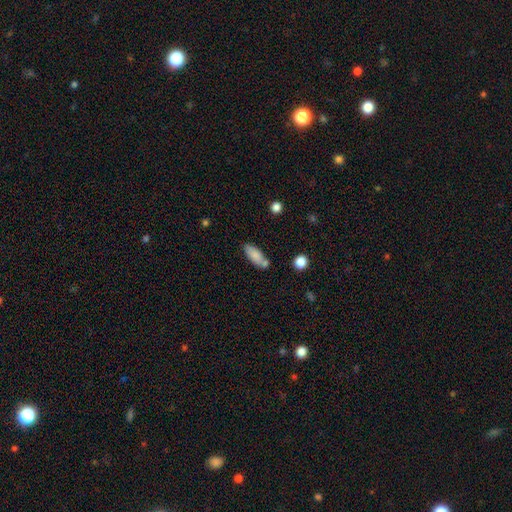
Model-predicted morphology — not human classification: Q: Smooth or featured?
A: smooth (83%); runner-up: featured or disk (10%)
Q: How rounded?
A: in between (76%); runner-up: cigar-shaped (22%)
Q: Merging?
A: none (61%); runner-up: merger (17%)